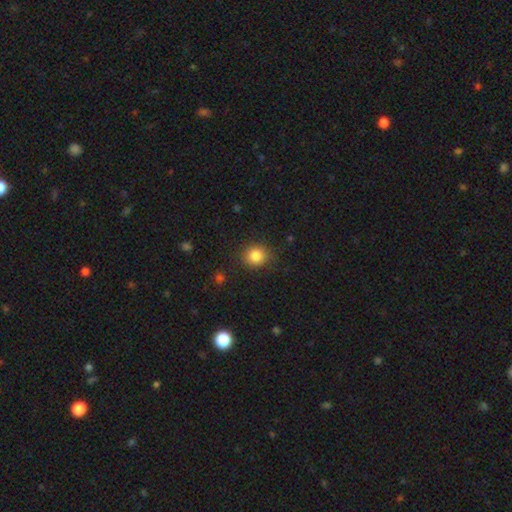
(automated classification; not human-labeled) Overall: smooth (84%). How rounded: round (78%). Merging: none (85%).